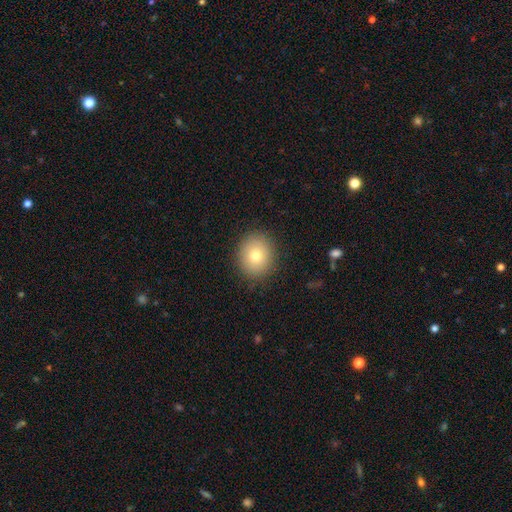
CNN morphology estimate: The model was most divided on "how rounded": round: 68%, in between: 31%, cigar-shaped: 1%. More confident: merging — none (88%); smooth or featured — smooth (77%).